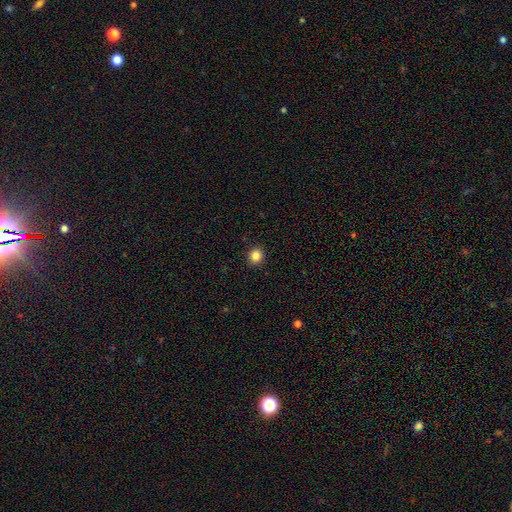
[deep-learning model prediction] Morphology: type=smooth (84%); roundness=round (88%); merging=none (92%).